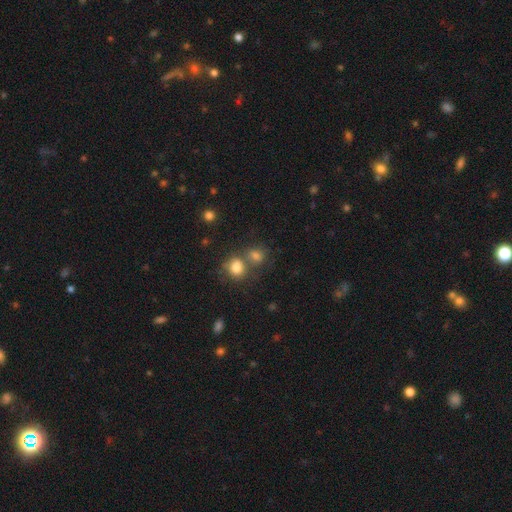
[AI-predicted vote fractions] This appears to be a smooth galaxy with no disk features (76%) that is round (58%). Merging: none (44%).